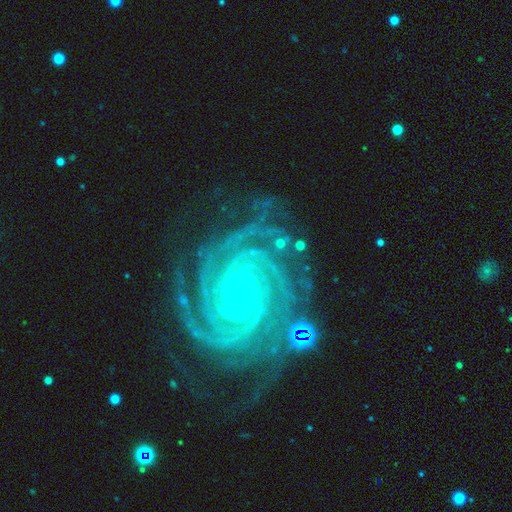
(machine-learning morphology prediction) smooth-or-featured: featured or disk: 92% | star or artifact: 5% | smooth: 2%
  disk-edge-on: no: 98% | yes: 2%
    bar: no: 77% | weak: 14% | strong: 10%
    has-spiral-arms: yes: 99% | no: 1%
      spiral-winding: tight: 88% | medium: 11% | loose: 2%
      spiral-arm-count: 4: 25% | more than 4: 22% | 3: 18% | 2: 14% | can't tell: 12% | 1: 9%
    bulge-size: small: 89% | moderate: 7% | none: 2% | large: 1% | dominant: 1%
  merging: none: 74% | minor disturbance: 16% | major disturbance: 6% | merger: 4%